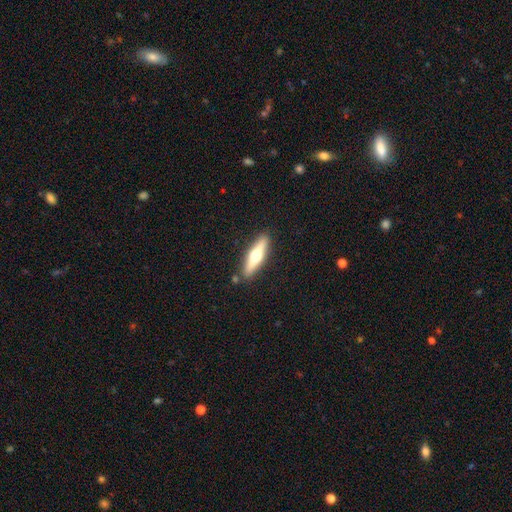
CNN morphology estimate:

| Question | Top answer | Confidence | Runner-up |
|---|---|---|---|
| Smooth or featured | featured or disk | 57% | smooth (38%) |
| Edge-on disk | yes | 94% | no (6%) |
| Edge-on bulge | rounded | 95% | none (3%) |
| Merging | none | 87% | minor disturbance (8%) |